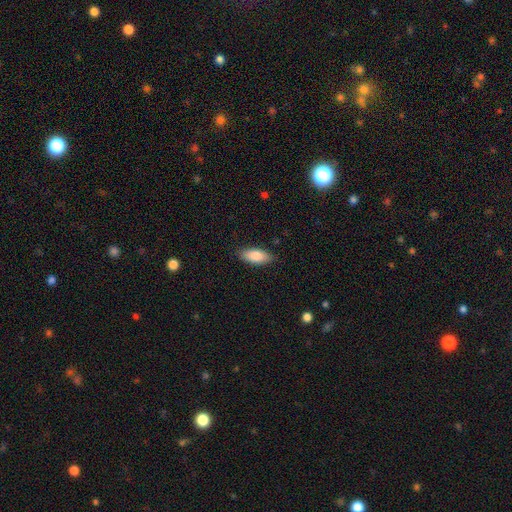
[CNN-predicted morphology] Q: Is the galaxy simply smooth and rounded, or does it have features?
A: smooth — 84%.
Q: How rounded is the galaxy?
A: in between — 82%.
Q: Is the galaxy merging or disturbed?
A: none — 86%.